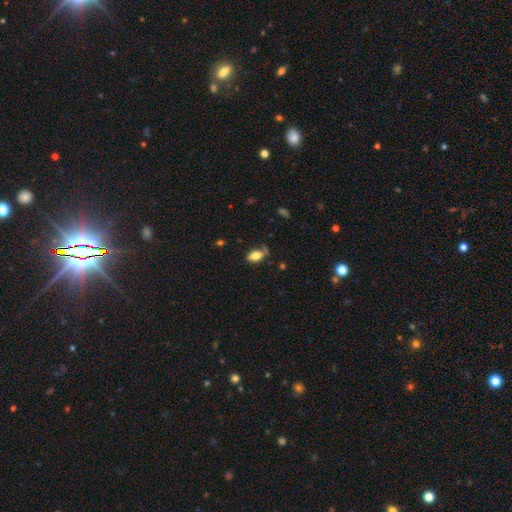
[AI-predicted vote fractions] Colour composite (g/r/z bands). It shows a smooth galaxy with no disk features (74%) that is in between round and cigar-shaped (89%). Merging: none (56%).